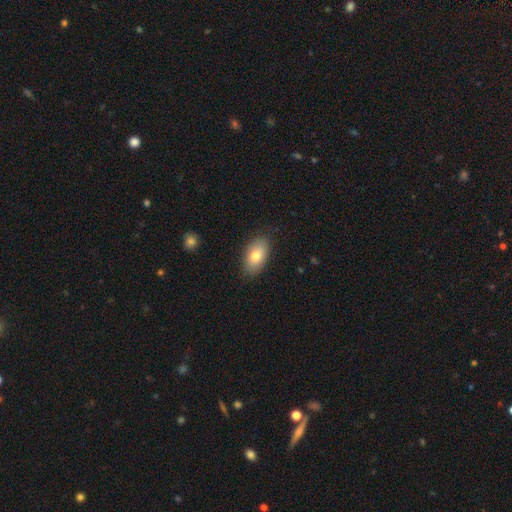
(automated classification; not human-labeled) smooth 78%, featured or disk 16%, star or artifact 7%. Down the decision tree: how rounded — in between (93%); merging — none (86%).